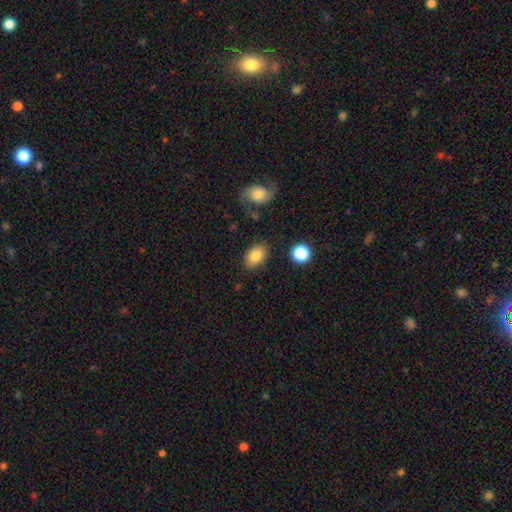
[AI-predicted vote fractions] Overall: smooth (83%). How rounded: in between (85%). Merging: none (82%).